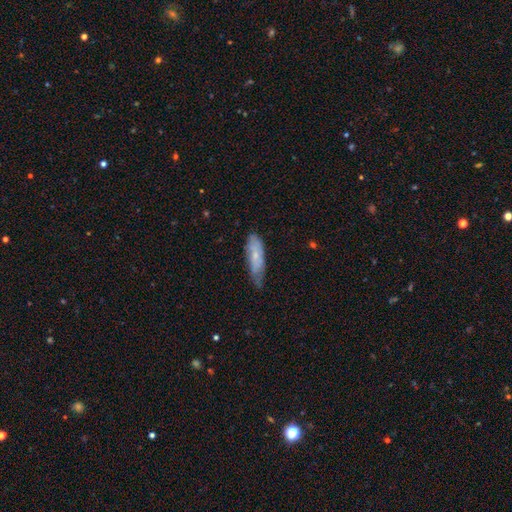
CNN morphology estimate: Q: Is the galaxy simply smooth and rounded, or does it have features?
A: smooth — 62%.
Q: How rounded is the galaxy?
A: cigar-shaped — 50%.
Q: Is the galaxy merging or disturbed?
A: none — 50%.